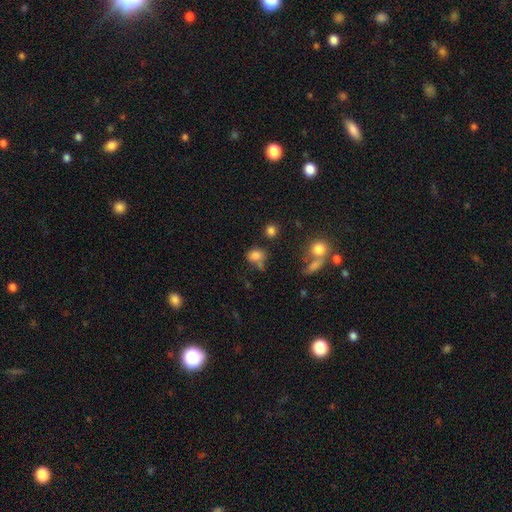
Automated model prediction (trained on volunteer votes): A smooth galaxy with no disk features (78%) that is in between round and cigar-shaped (54%). Merging: none (51%).